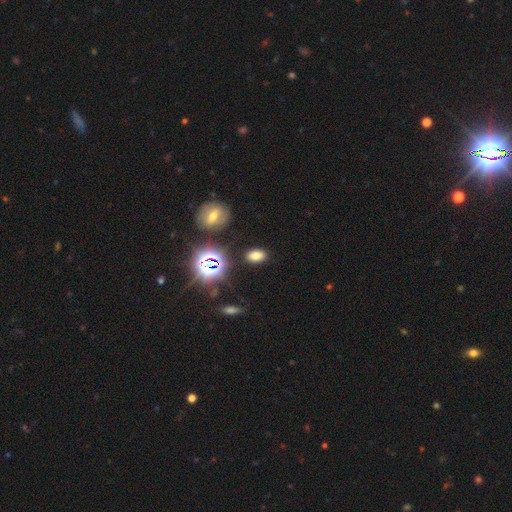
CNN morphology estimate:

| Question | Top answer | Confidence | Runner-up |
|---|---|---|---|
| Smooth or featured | smooth | 70% | star or artifact (23%) |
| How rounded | in between | 87% | round (11%) |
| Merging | none | 87% | minor disturbance (8%) |